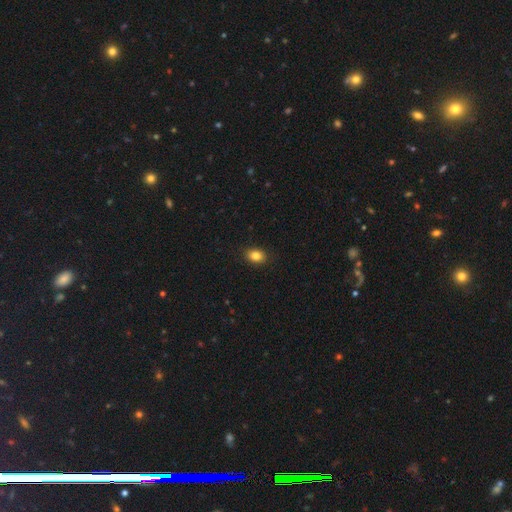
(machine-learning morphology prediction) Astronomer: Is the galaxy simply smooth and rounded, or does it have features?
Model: smooth — 85%.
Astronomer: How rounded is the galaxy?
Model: in between — 72%.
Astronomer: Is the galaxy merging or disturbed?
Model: none — 89%.